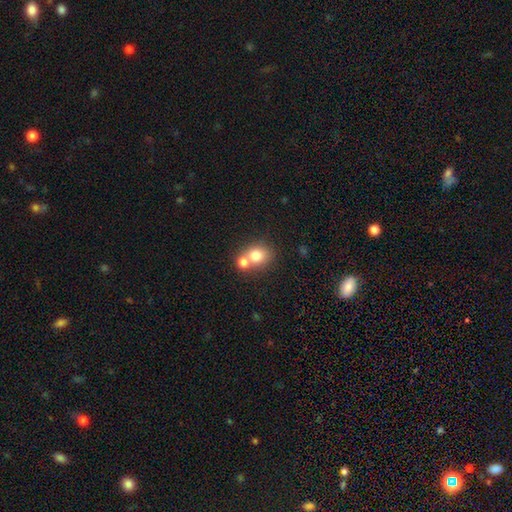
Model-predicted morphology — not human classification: Smooth or featured: smooth — 77% (featured or disk — 13%)
How rounded: round — 71% (in between — 28%)
Merging: merger — 52% (none — 39%)